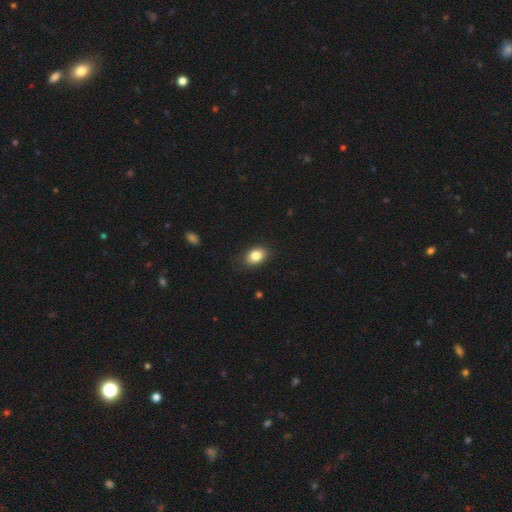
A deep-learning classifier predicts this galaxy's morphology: Smooth or featured?
  - smooth: 83% *
  - star or artifact: 9%
  - featured or disk: 8%
How rounded?
  - in between: 77% *
  - round: 22%
  - cigar-shaped: 1%
Merging?
  - none: 85% *
  - minor disturbance: 12%
  - major disturbance: 2%
  - merger: 1%